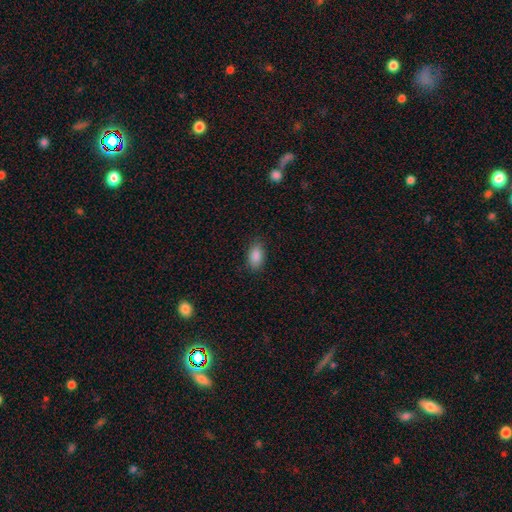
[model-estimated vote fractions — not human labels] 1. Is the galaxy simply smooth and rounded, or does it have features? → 88% smooth, 8% star or artifact, 4% featured or disk.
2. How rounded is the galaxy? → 92% in between, 6% round, 2% cigar-shaped.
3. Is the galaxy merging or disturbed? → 85% none, 11% minor disturbance, 3% major disturbance, 1% merger.